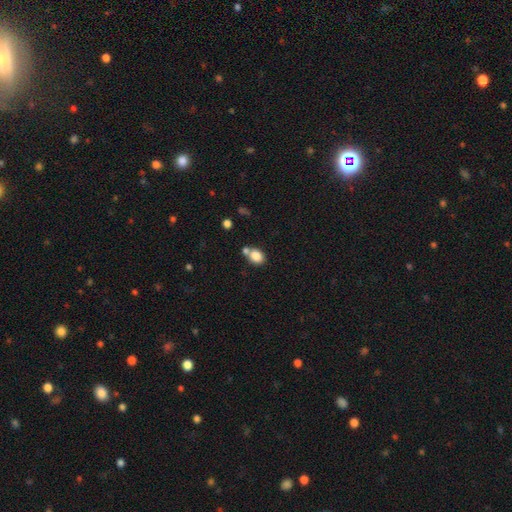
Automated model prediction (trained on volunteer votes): Q: Smooth or featured?
A: smooth (83%); runner-up: star or artifact (10%)
Q: How rounded?
A: in between (50%); runner-up: round (49%)
Q: Merging?
A: none (52%); runner-up: merger (32%)